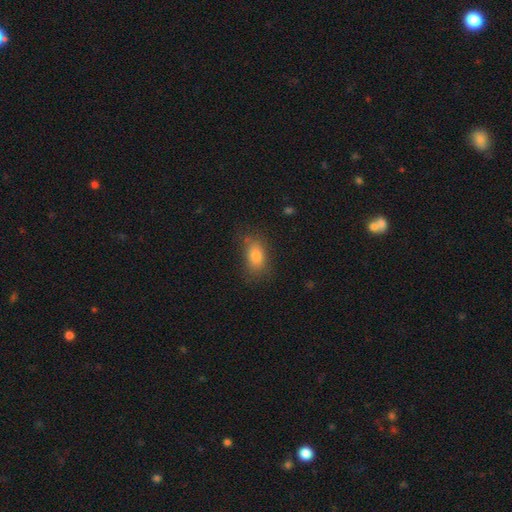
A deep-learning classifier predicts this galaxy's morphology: smooth_or_featured: smooth (p=0.81) [alt: star or artifact p=0.10]
how_rounded: in between (p=0.85) [alt: round p=0.11]
merging: none (p=0.65) [alt: minor disturbance p=0.24]